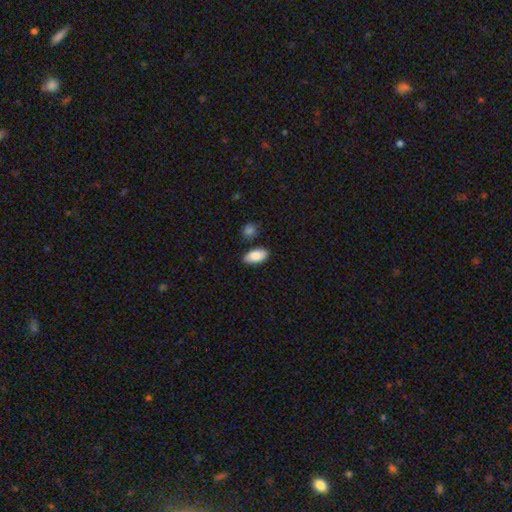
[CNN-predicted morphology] A smooth galaxy with no disk features (87%) that is in between round and cigar-shaped (93%).

Vote fractions:
- Smooth or featured? smooth: 87% / featured or disk: 7% / star or artifact: 6%
- How rounded? in between: 93% / cigar-shaped: 4% / round: 3%
- Merging? none: 81% / minor disturbance: 12% / merger: 4% / major disturbance: 2%